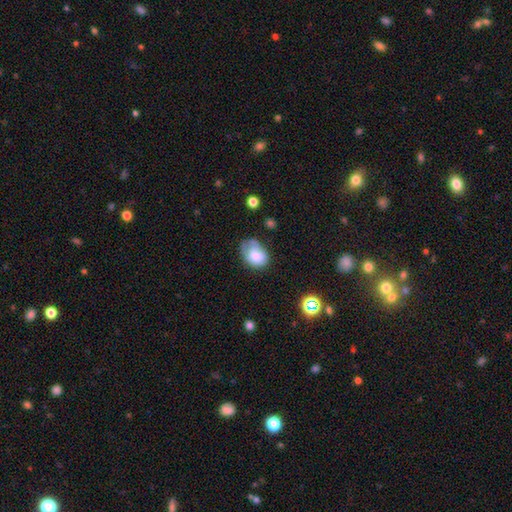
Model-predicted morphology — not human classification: Smooth or featured? smooth (73%)
How rounded? in between (73%)
Merging? none (42%)